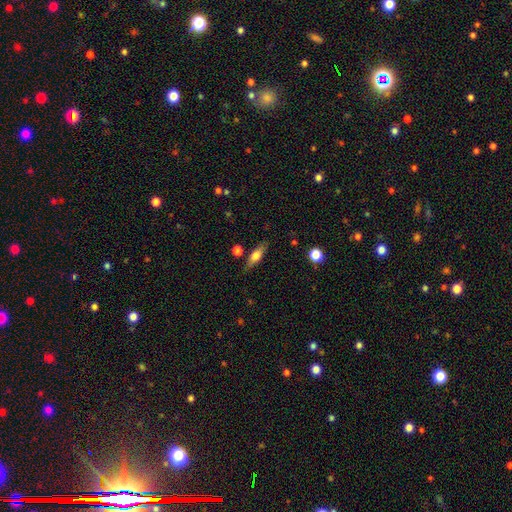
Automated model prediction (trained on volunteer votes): Smooth or featured? smooth (59%)
How rounded? in between (48%, tied with cigar-shaped)
Merging? none (79%)